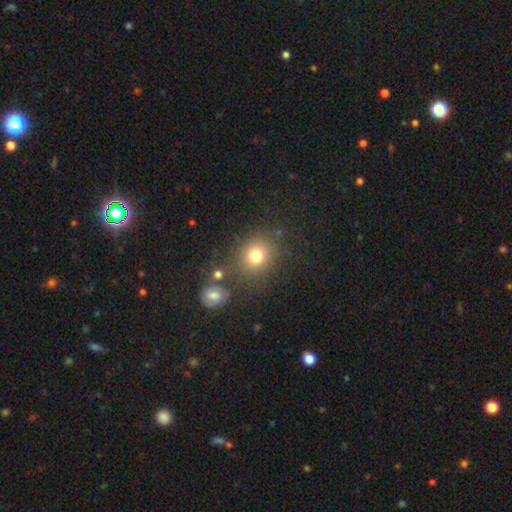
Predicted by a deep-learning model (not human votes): smooth_or_featured: smooth (p=0.77) [alt: star or artifact p=0.15]
how_rounded: round (p=0.80) [alt: in between p=0.19]
merging: none (p=0.77) [alt: minor disturbance p=0.10]